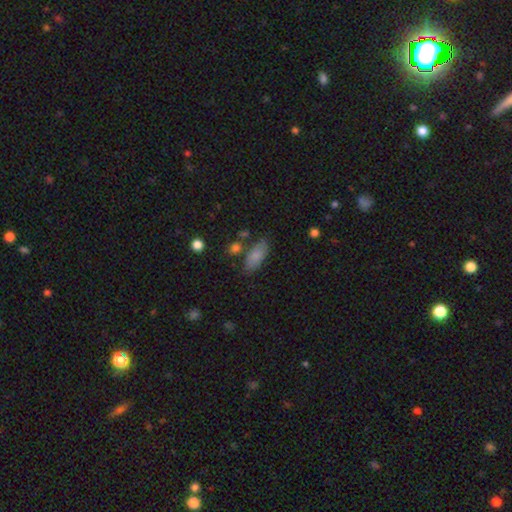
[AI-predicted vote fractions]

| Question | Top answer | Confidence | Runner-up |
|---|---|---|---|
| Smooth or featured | smooth | 82% | featured or disk (10%) |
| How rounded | in between | 82% | cigar-shaped (15%) |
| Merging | none | 72% | minor disturbance (17%) |